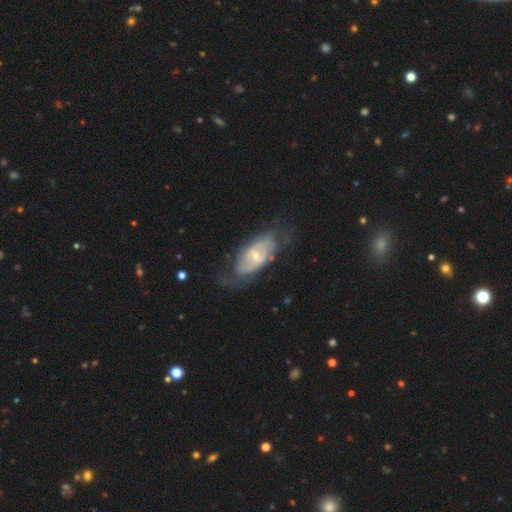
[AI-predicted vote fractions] featured or disk 72%, smooth 22%, star or artifact 6%. Down the decision tree: edge-on disk — no (91%); bar — no (49%); spiral arms — yes (74%); bulge size — small (60%); merging — none (60%).